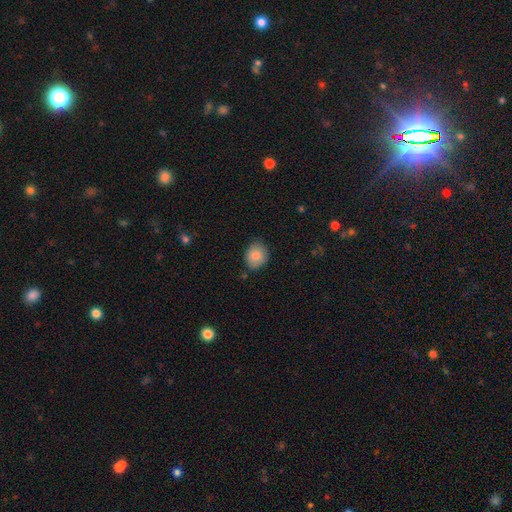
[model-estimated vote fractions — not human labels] A smooth galaxy with no disk features (84%) that is round (56%).

Vote fractions:
- Smooth or featured? smooth: 84% / featured or disk: 8% / star or artifact: 8%
- How rounded? round: 56% / in between: 43% / cigar-shaped: 1%
- Merging? none: 79% / minor disturbance: 17% / major disturbance: 3% / merger: 2%